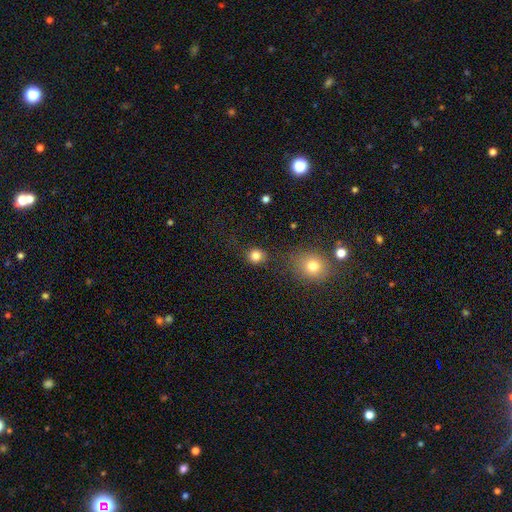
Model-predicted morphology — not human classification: smooth_or_featured: smooth (p=0.82) [alt: star or artifact p=0.13]
how_rounded: round (p=0.87) [alt: in between p=0.12]
merging: none (p=0.79) [alt: minor disturbance p=0.11]